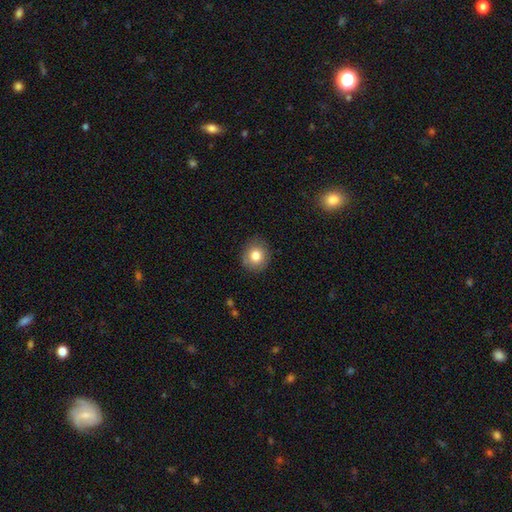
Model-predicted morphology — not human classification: type=smooth (81%); roundness=round (78%); merging=none (87%).